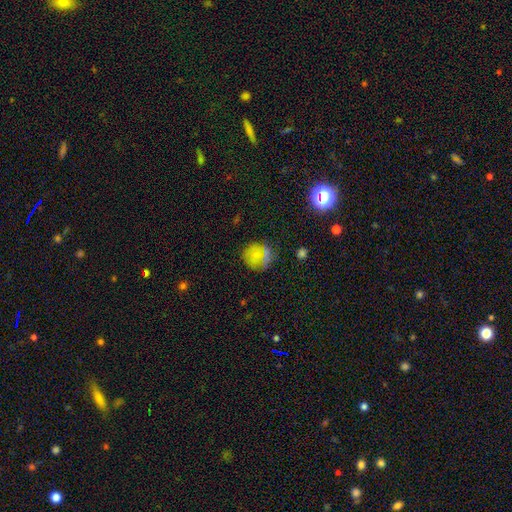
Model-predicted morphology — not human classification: Smooth or featured: smooth — 67% (star or artifact — 19%)
How rounded: round — 90% (in between — 9%)
Merging: none — 70% (minor disturbance — 15%)